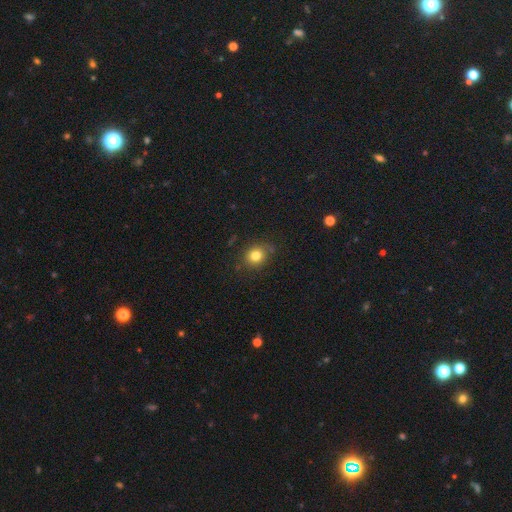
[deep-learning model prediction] Smooth or featured? Predicted: smooth (p=0.80). How rounded? Predicted: round (p=0.71). Merging? Predicted: none (p=0.78).